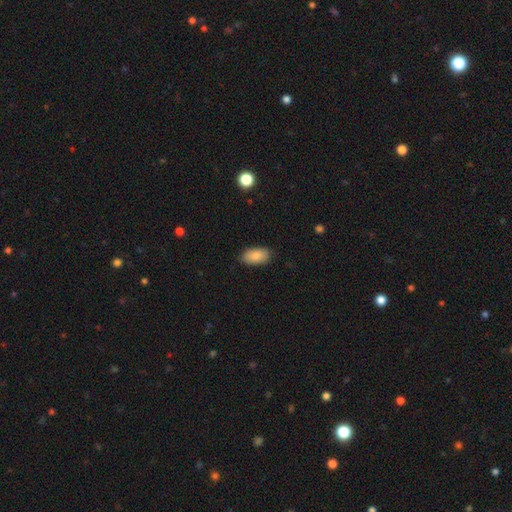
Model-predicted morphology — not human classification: Overall: smooth (87%). How rounded: in between (93%). Merging: none (85%).